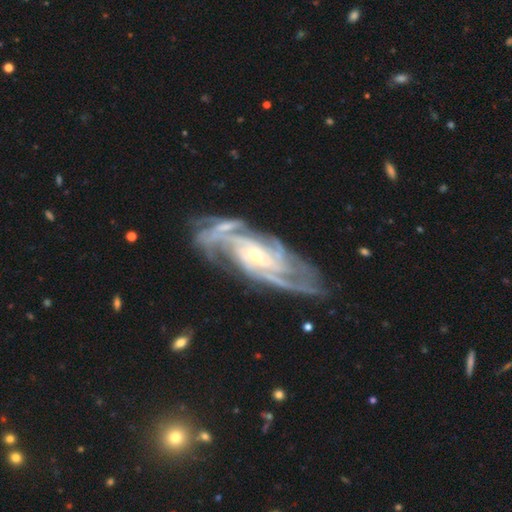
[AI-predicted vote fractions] smooth_or_featured: featured or disk (p=0.91) [alt: star or artifact p=0.05]
disk_edge_on: no (p=0.94) [alt: yes p=0.06]
bar: no (p=0.53) [alt: weak p=0.32]
has_spiral_arms: yes (p=0.98) [alt: no p=0.02]
spiral_winding: tight (p=0.57) [alt: medium p=0.36]
spiral_arm_count: 3 (p=0.28) [alt: 4 p=0.21]
bulge_size: small (p=0.65) [alt: moderate p=0.31]
merging: none (p=0.68) [alt: minor disturbance p=0.18]